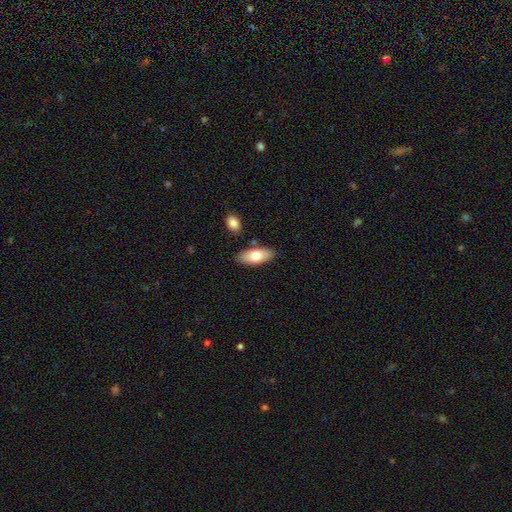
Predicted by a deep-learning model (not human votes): This is likely a smooth galaxy (72%). How rounded: clearly in between (84%). Merging: clearly none (82%).